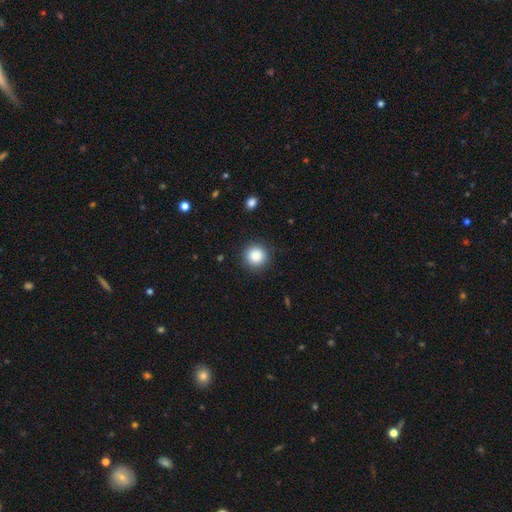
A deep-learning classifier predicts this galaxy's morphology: Smooth or featured?
  - smooth: 87% *
  - star or artifact: 9%
  - featured or disk: 4%
How rounded?
  - round: 95% *
  - in between: 4%
  - cigar-shaped: 1%
Merging?
  - none: 89% *
  - minor disturbance: 7%
  - major disturbance: 3%
  - merger: 1%